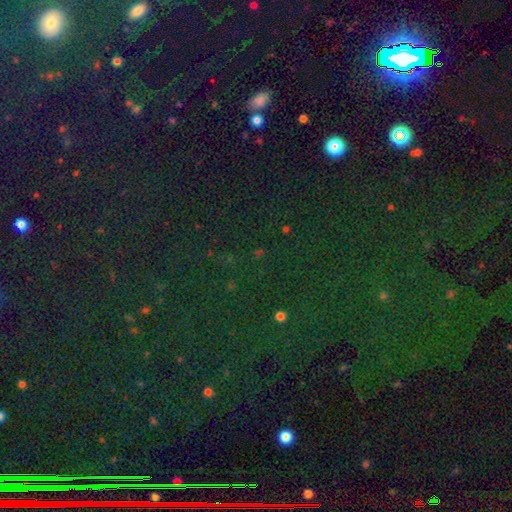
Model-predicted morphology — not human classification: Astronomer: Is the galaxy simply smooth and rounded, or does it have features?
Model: star or artifact — 81%.